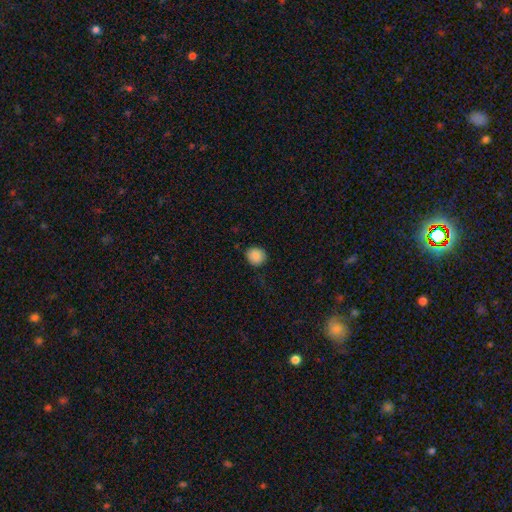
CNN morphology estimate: The model was most divided on "how rounded": round: 85%, in between: 14%, cigar-shaped: 1%. More confident: smooth or featured — smooth (88%); merging — none (86%).